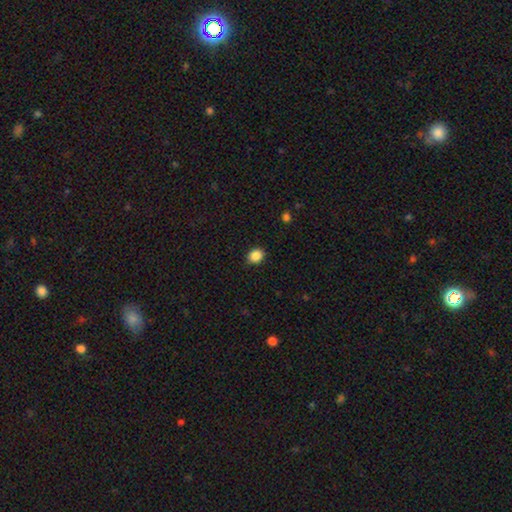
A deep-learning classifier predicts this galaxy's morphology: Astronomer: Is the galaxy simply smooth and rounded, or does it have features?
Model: smooth — 87%.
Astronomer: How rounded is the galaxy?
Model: round — 61% (runner-up: in between, 38%).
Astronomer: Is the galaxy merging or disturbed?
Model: none — 88%.